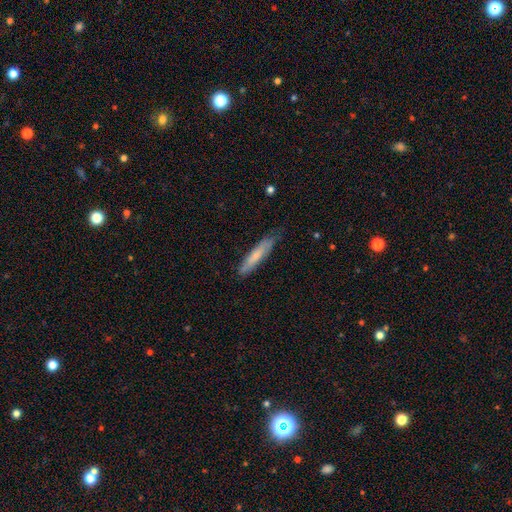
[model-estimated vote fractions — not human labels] Morphology: type=smooth (65%); roundness=cigar-shaped (89%); merging=none (76%).